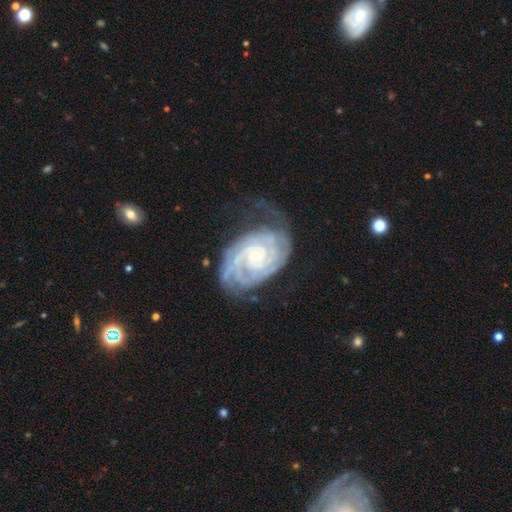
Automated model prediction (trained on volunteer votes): smooth_or_featured: featured or disk (p=0.90) [alt: star or artifact p=0.05]
disk_edge_on: no (p=0.97) [alt: yes p=0.03]
bar: no (p=0.67) [alt: weak p=0.26]
has_spiral_arms: yes (p=0.98) [alt: no p=0.02]
spiral_winding: tight (p=0.81) [alt: medium p=0.17]
spiral_arm_count: 2 (p=0.38) [alt: can't tell p=0.19]
bulge_size: small (p=0.78) [alt: moderate p=0.16]
merging: none (p=0.59) [alt: minor disturbance p=0.25]